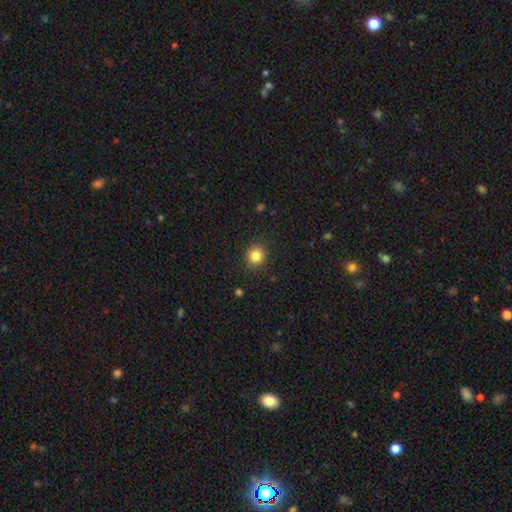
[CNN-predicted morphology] The model was most divided on "how rounded": round: 84%, in between: 15%, cigar-shaped: 1%. More confident: merging — none (87%); smooth or featured — smooth (84%).